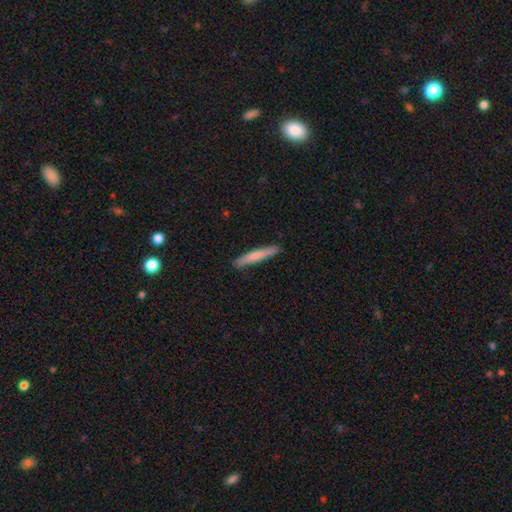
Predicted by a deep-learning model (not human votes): This is likely a smooth galaxy (70%). How rounded: clearly cigar-shaped (94%). Merging: clearly none (88%).